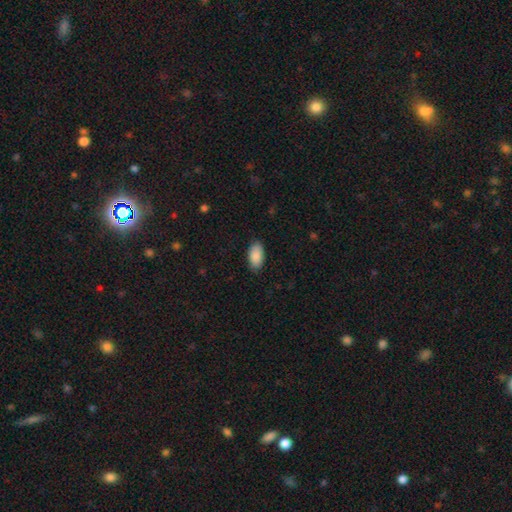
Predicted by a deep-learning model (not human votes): The model was most divided on "merging": none: 87%, minor disturbance: 10%, major disturbance: 2%, merger: 1%. More confident: how rounded — in between (95%); smooth or featured — smooth (89%).